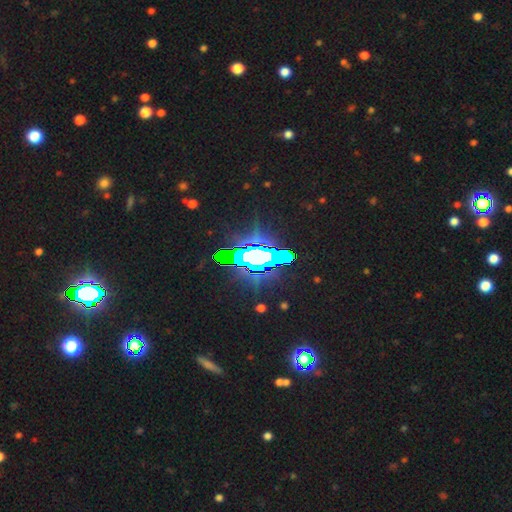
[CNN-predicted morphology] Smooth or featured? star or artifact (73%)